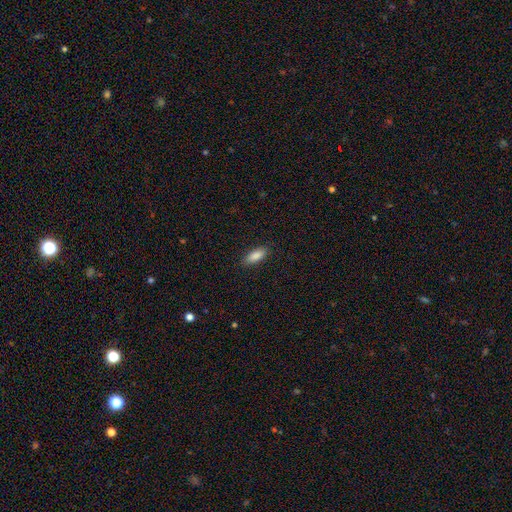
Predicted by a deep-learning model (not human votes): Smooth or featured? Predicted: smooth (p=0.87). How rounded? Predicted: in between (p=0.75). Merging? Predicted: none (p=0.87).